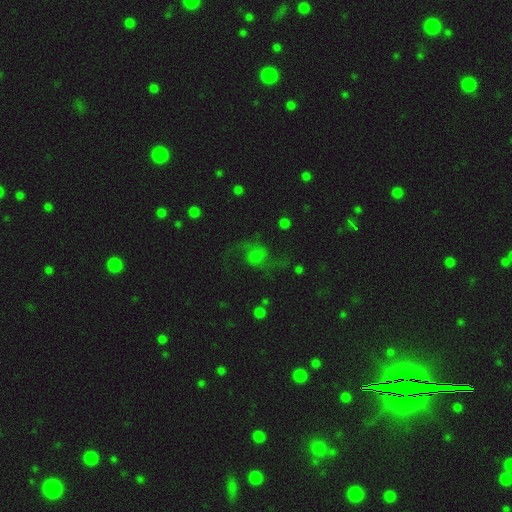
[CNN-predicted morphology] This appears to be a featured or disk galaxy (50%). Merging: none (59%).